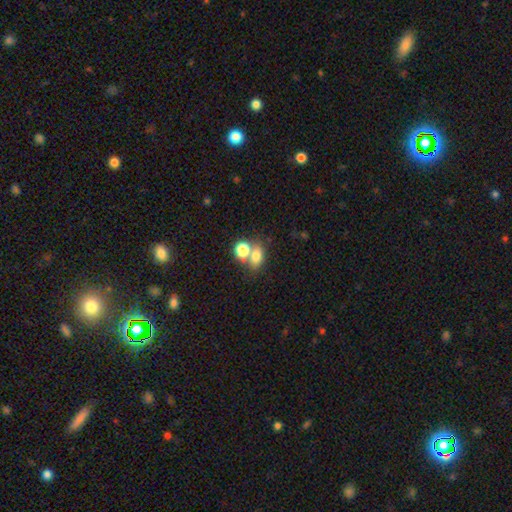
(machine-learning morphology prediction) smooth_or_featured: smooth (p=0.74) [alt: star or artifact p=0.14]
how_rounded: in between (p=0.62) [alt: round p=0.35]
merging: none (p=0.43) [alt: merger p=0.42]